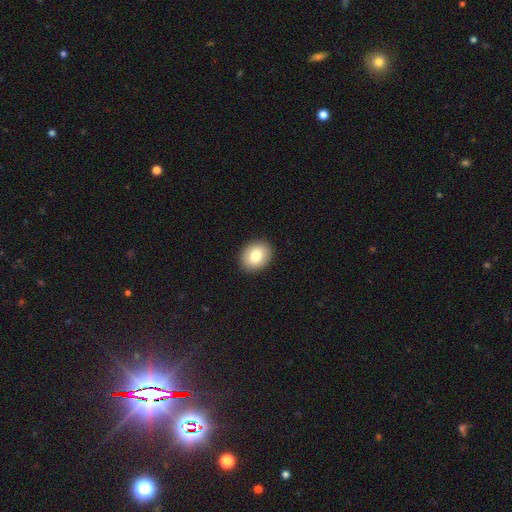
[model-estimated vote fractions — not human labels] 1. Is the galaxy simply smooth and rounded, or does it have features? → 82% smooth, 11% featured or disk, 8% star or artifact.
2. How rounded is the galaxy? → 58% in between, 42% round, 1% cigar-shaped.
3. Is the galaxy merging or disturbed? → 91% none, 7% minor disturbance, 2% major disturbance, 1% merger.